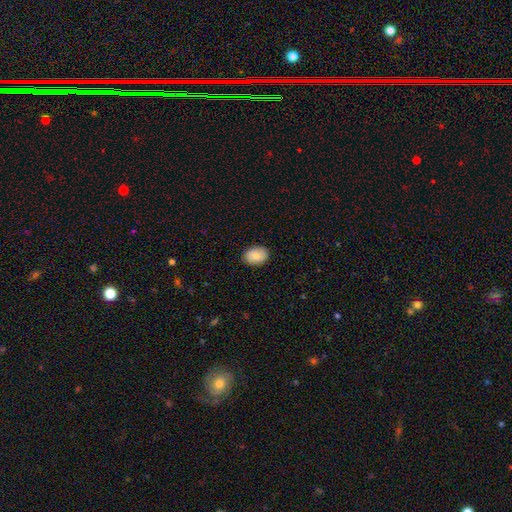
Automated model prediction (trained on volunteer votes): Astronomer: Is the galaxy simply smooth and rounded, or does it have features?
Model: smooth — 76%.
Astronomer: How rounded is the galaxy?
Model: in between — 75%.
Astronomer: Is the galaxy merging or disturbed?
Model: none — 86%.